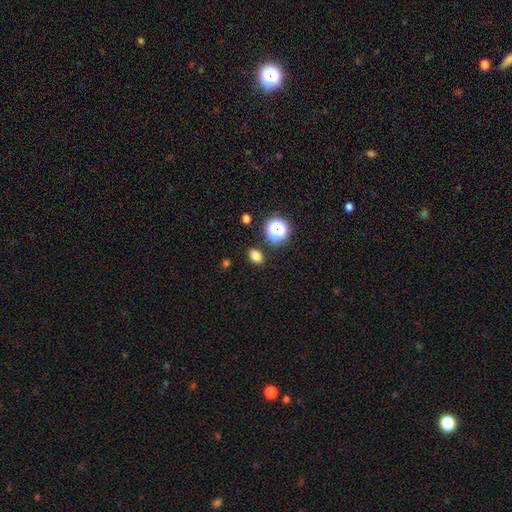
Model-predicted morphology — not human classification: type=smooth (79%); roundness=in between (65%); merging=none (87%).